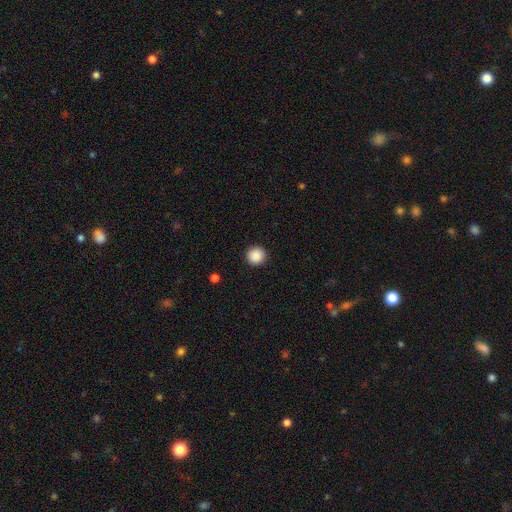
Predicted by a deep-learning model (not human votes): Smooth or featured? Predicted: smooth (p=0.88). How rounded? Predicted: round (p=0.96). Merging? Predicted: none (p=0.92).